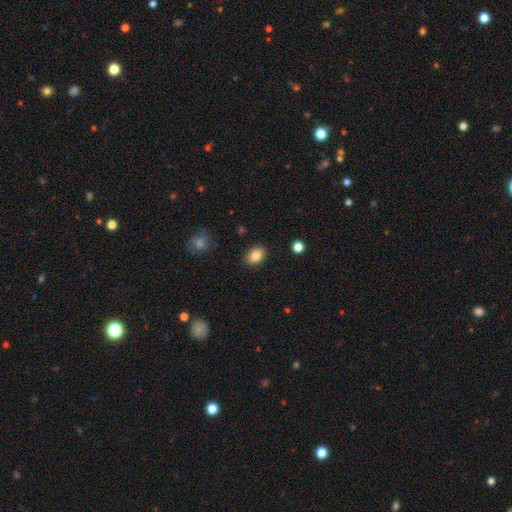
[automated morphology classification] The model was most divided on "how rounded": in between: 76%, round: 23%, cigar-shaped: 1%. More confident: merging — none (87%); smooth or featured — smooth (85%).